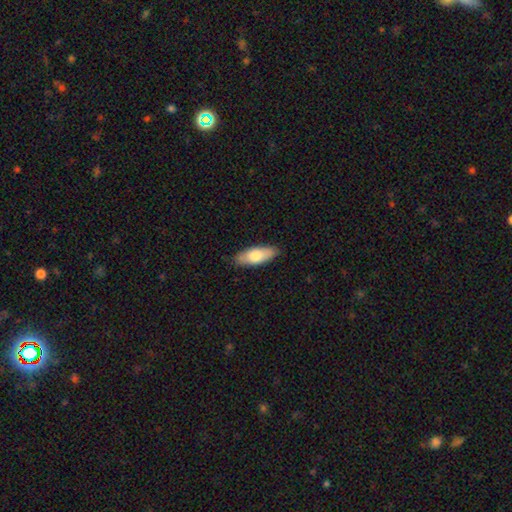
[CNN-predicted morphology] Smooth or featured: smooth — 75% (featured or disk — 20%)
How rounded: in between — 75% (cigar-shaped — 23%)
Merging: none — 85% (minor disturbance — 12%)